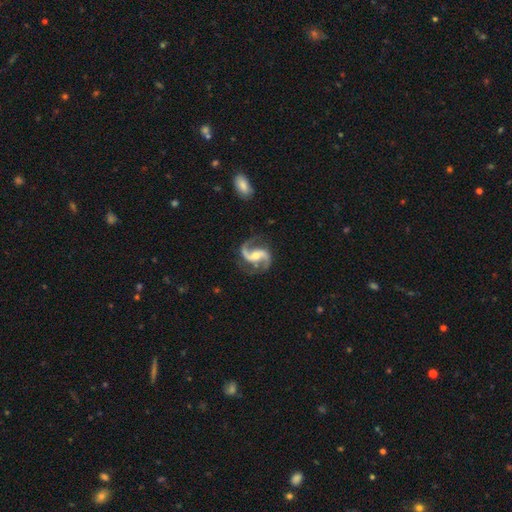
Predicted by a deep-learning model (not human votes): Smooth or featured? Predicted: featured or disk (p=0.93). Edge-on disk? Predicted: no (p=0.98). Bar? Predicted: weak (p=0.38). Spiral arms? Predicted: yes (p=0.98). Spiral winding? Predicted: medium (p=0.52). Spiral arm count? Predicted: 2 (p=0.94). Bulge size? Predicted: moderate (p=0.57). Merging? Predicted: none (p=0.79).